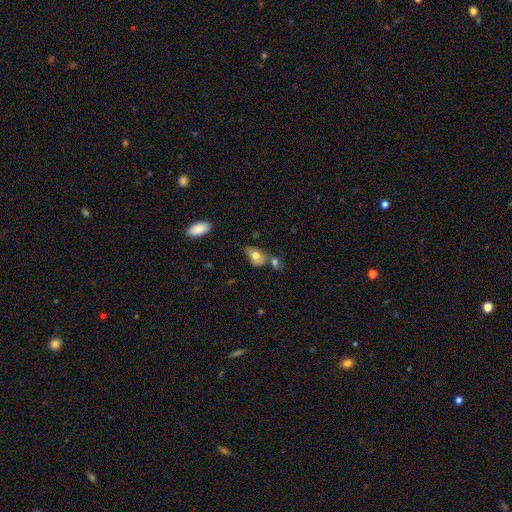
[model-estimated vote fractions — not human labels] Smooth or featured? Predicted: smooth (p=0.70). How rounded? Predicted: in between (p=0.87). Merging? Predicted: none (p=0.40).